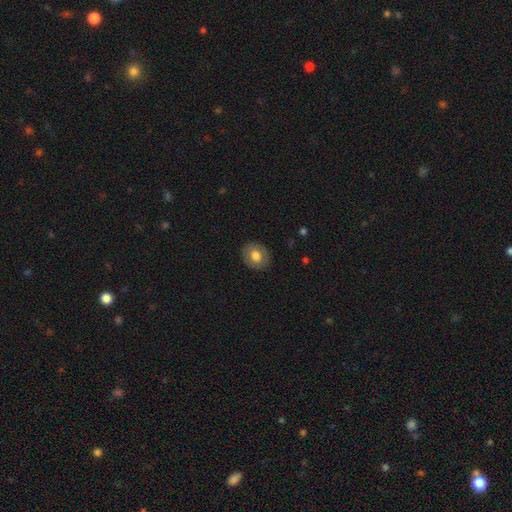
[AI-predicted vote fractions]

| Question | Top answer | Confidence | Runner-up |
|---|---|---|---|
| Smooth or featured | smooth | 72% | featured or disk (20%) |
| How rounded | round | 58% | in between (41%) |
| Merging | none | 87% | minor disturbance (9%) |